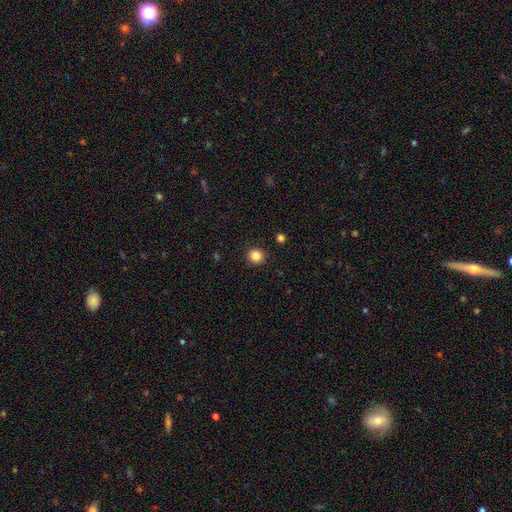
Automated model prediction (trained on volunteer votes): The model was most divided on "smooth or featured": smooth: 85%, star or artifact: 11%, featured or disk: 4%. More confident: how rounded — round (93%); merging — none (92%).